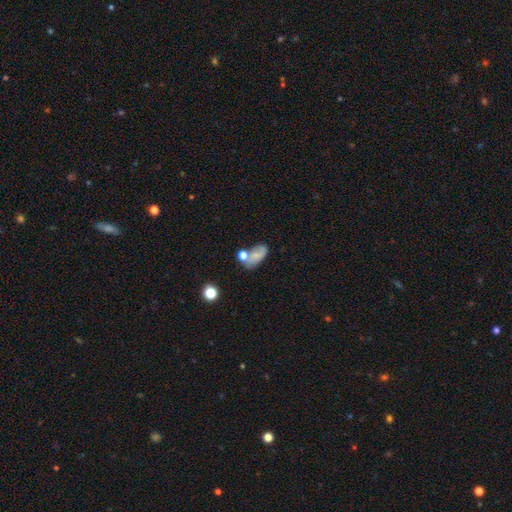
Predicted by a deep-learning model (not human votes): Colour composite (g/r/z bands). It shows a smooth galaxy with no disk features (65%) that is in between round and cigar-shaped (88%). Merging: none (41%).